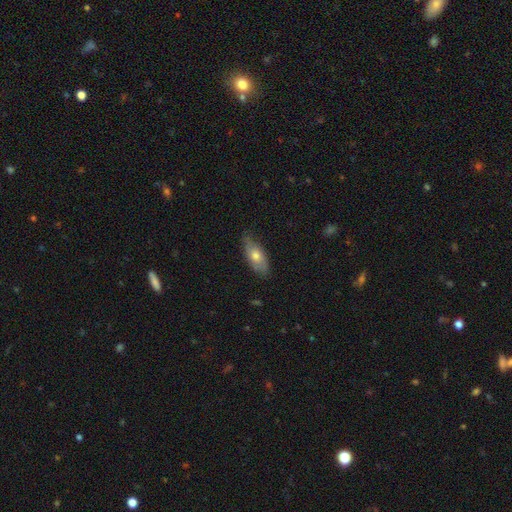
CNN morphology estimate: smooth-or-featured: smooth: 62% | featured or disk: 31% | star or artifact: 7%
  how-rounded: in between: 84% | cigar-shaped: 12% | round: 4%
  merging: none: 68% | minor disturbance: 27% | major disturbance: 4% | merger: 1%